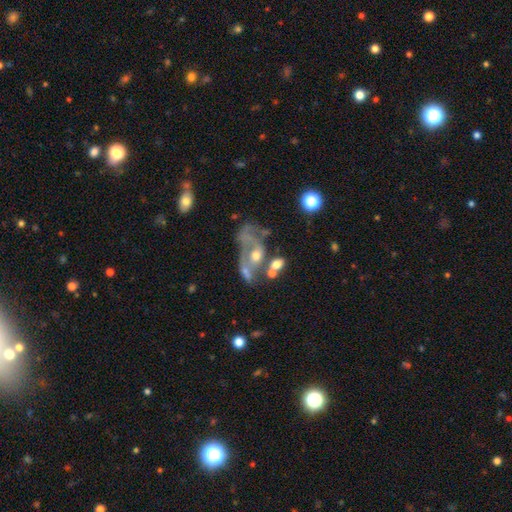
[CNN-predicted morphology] smooth-or-featured: featured or disk: 58% | smooth: 29% | star or artifact: 13%
  disk-edge-on: no: 95% | yes: 5%
    bar: no: 83% | weak: 14% | strong: 4%
    has-spiral-arms: no: 71% | yes: 29%
    bulge-size: moderate: 53% | small: 26% | none: 10% | large: 8% | dominant: 2%
  merging: major disturbance: 36% | merger: 33% | none: 18% | minor disturbance: 13%